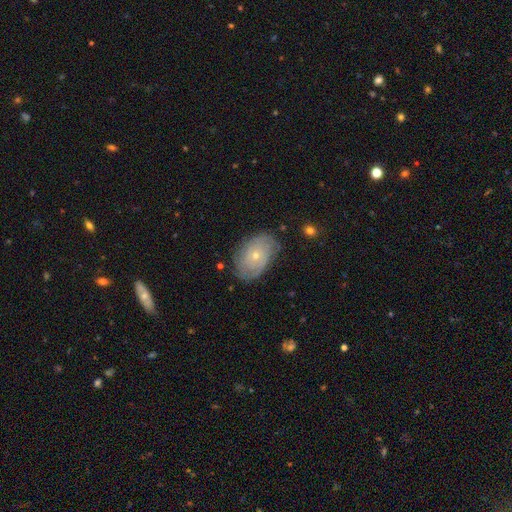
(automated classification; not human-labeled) smooth_or_featured: featured or disk (p=0.64) [alt: smooth p=0.28]
disk_edge_on: no (p=0.95) [alt: yes p=0.05]
bar: no (p=0.84) [alt: weak p=0.13]
has_spiral_arms: yes (p=0.82) [alt: no p=0.18]
spiral_winding: tight (p=0.69) [alt: medium p=0.22]
spiral_arm_count: can't tell (p=0.53) [alt: 2 p=0.19]
bulge_size: small (p=0.73) [alt: moderate p=0.24]
merging: none (p=0.75) [alt: minor disturbance p=0.19]